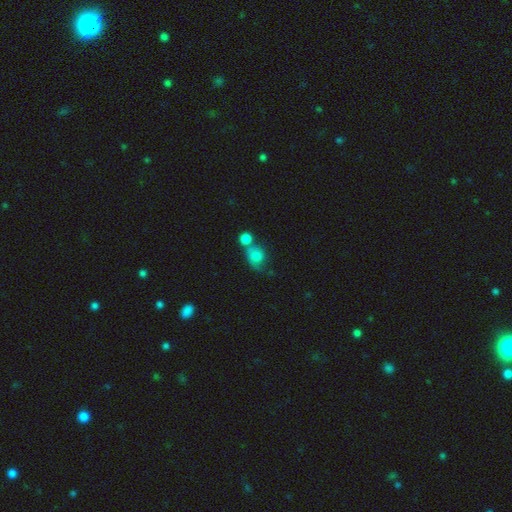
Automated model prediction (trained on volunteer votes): This is likely a smooth galaxy (78%). How rounded: possibly round (58%). Merging: marginally merger (43%).